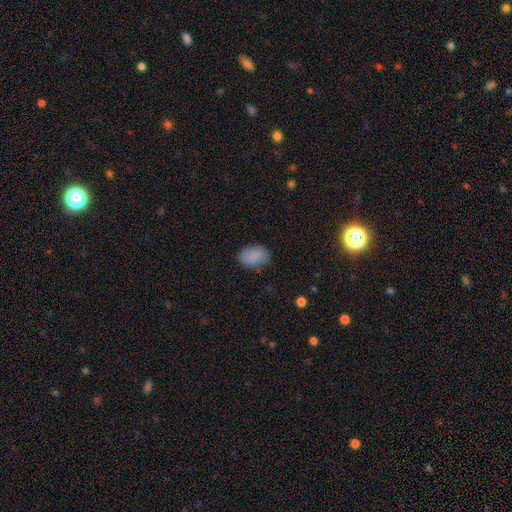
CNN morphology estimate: The model was most divided on "merging": none: 80%, minor disturbance: 16%, major disturbance: 4%, merger: 1%. More confident: smooth or featured — smooth (87%); how rounded — in between (83%).